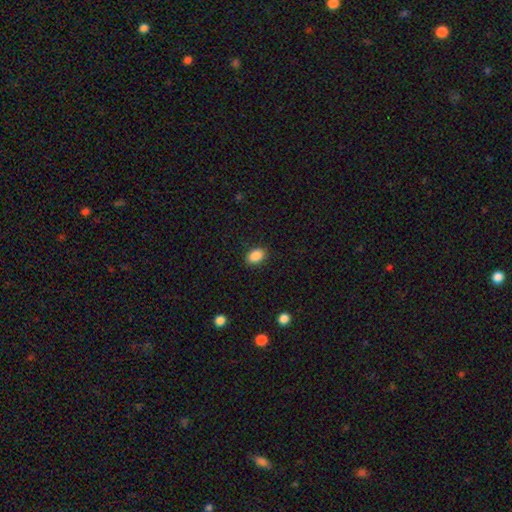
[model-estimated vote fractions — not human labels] Smooth or featured? Predicted: smooth (p=0.88). How rounded? Predicted: in between (p=0.80). Merging? Predicted: none (p=0.87).